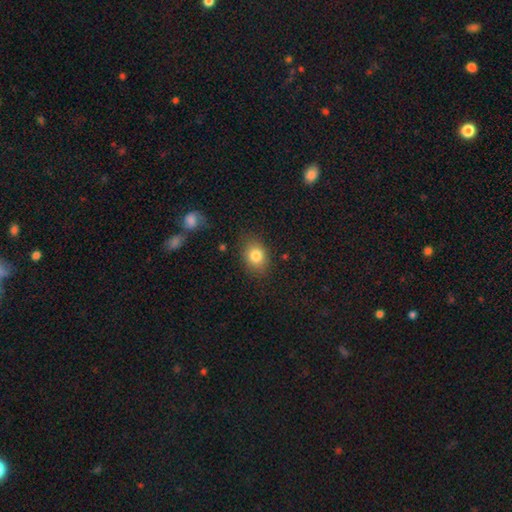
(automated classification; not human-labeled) Overall: smooth (82%). How rounded: in between (61%; round 37%). Merging: none (80%).